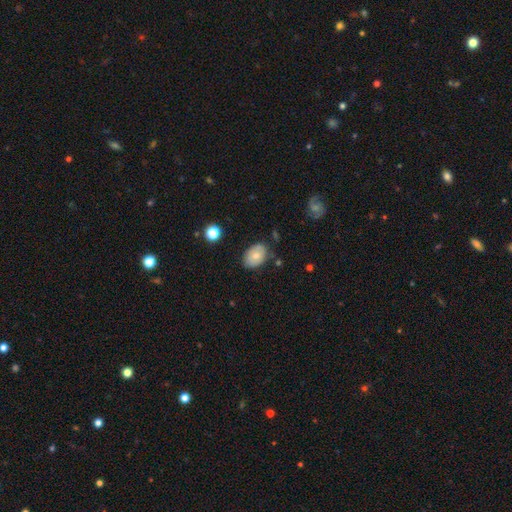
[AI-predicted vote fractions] Smooth or featured?
  - smooth: 74% *
  - featured or disk: 18%
  - star or artifact: 8%
How rounded?
  - in between: 83% *
  - round: 16%
  - cigar-shaped: 1%
Merging?
  - none: 75% *
  - minor disturbance: 19%
  - major disturbance: 4%
  - merger: 3%